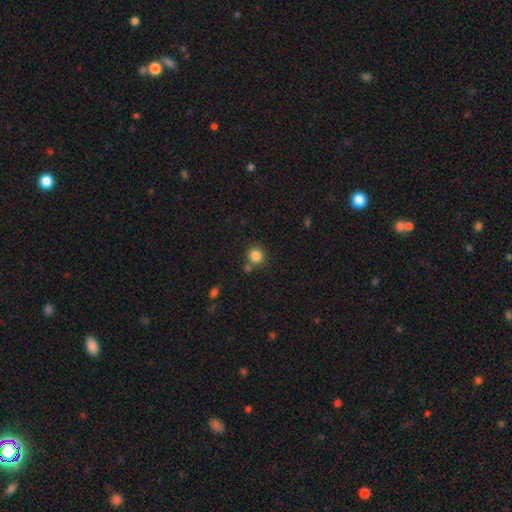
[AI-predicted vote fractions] Overall: smooth (84%). How rounded: round (91%). Merging: none (75%).